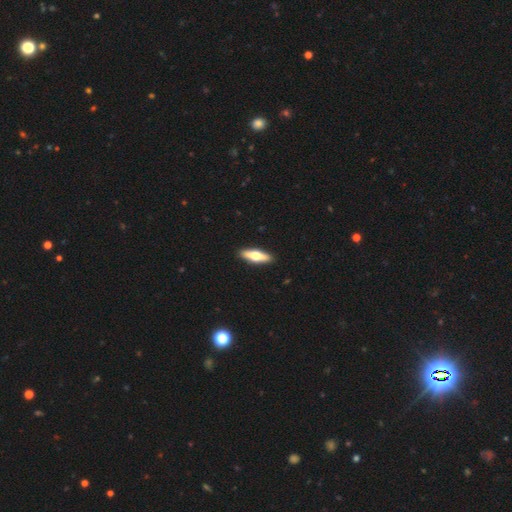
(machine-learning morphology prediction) Smooth or featured? Predicted: smooth (p=0.52). How rounded? Predicted: cigar-shaped (p=0.55). Merging? Predicted: none (p=0.92).